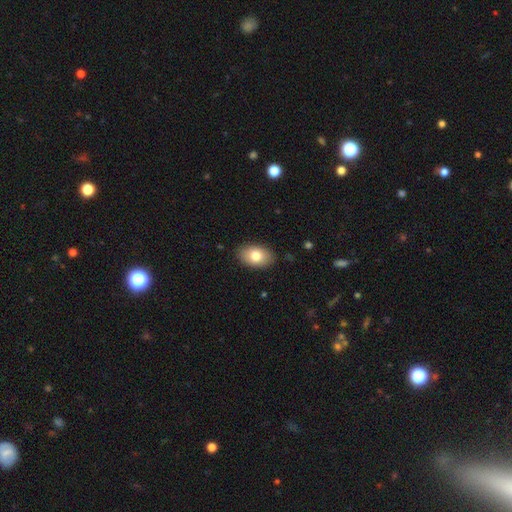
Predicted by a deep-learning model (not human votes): Smooth or featured: smooth — 80% (featured or disk — 12%)
How rounded: in between — 90% (round — 9%)
Merging: none — 87% (minor disturbance — 10%)